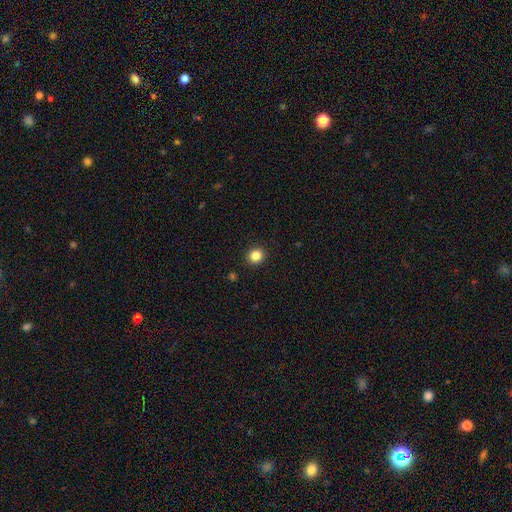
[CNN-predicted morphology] Smooth or featured? Predicted: smooth (p=0.84). How rounded? Predicted: round (p=0.85). Merging? Predicted: none (p=0.92).